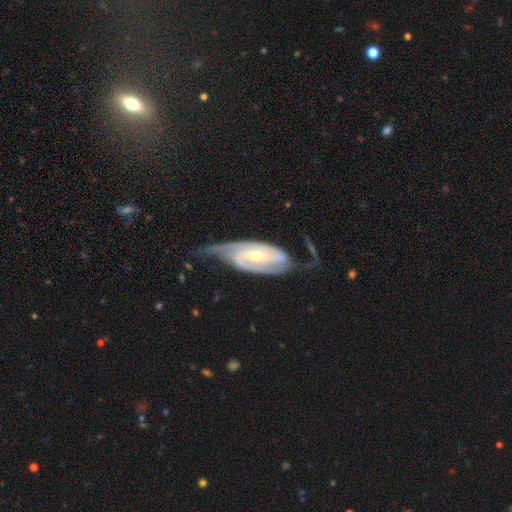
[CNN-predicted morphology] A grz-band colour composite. It shows a featured or disk galaxy (91%) with a weak bar (37%), 2 (85%) tight (48%) spiral arms (98%) and a small central bulge (52%). Merging: none (62%).